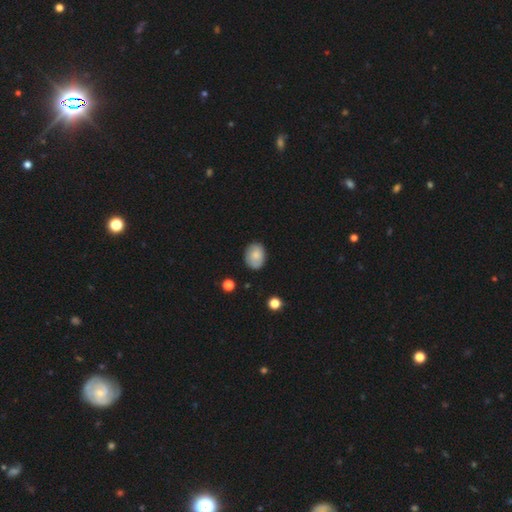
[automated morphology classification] smooth 80%, featured or disk 13%, star or artifact 8%. Down the decision tree: how rounded — in between (62%); merging — none (82%).